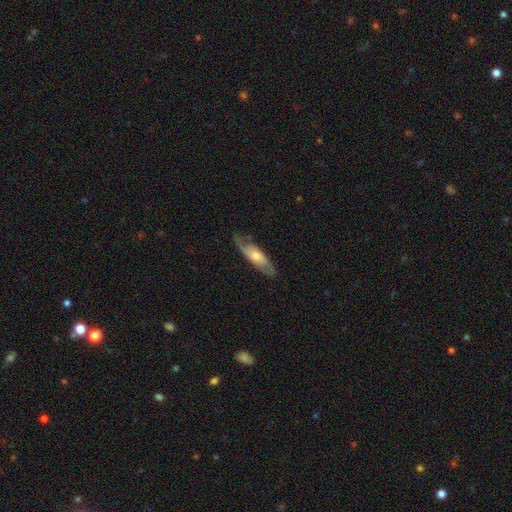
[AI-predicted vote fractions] Smooth or featured: featured or disk — 58% (smooth — 36%)
Edge-on disk: no — 64% (yes — 36%)
Merging: none — 68% (minor disturbance — 22%)